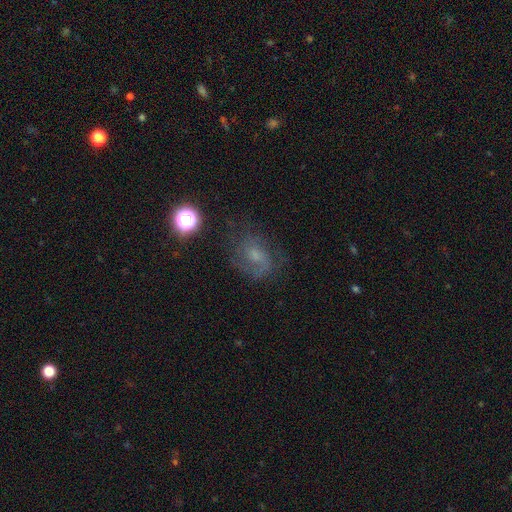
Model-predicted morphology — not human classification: A featured or disk galaxy (61%) with no bar (57%), 2 (49%) medium (47%) spiral arms (88%) and a small central bulge (49%).

Vote fractions:
- Smooth or featured? featured or disk: 61% / smooth: 23% / star or artifact: 17%
- Edge-on disk? no: 97% / yes: 3%
- Bar? no: 57% / weak: 37% / strong: 6%
- Spiral arms? yes: 88% / no: 12%
- Spiral winding? medium: 47% / tight: 32% / loose: 21%
- Spiral arm count? 2: 49% / can't tell: 24% / 1: 16% / 3: 7% / 4: 3% / more than 4: 2%
- Bulge size? small: 49% / moderate: 33% / none: 13% / large: 4% / dominant: 1%
- Merging? none: 64% / minor disturbance: 20% / major disturbance: 14% / merger: 2%